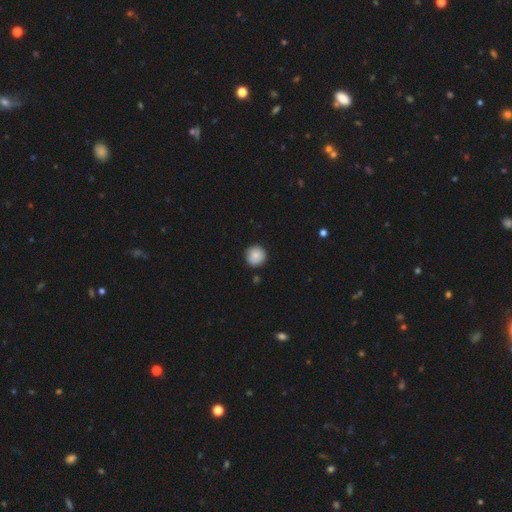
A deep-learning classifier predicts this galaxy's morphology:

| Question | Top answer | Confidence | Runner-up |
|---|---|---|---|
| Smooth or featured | smooth | 87% | star or artifact (8%) |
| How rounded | round | 96% | in between (3%) |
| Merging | none | 91% | minor disturbance (6%) |